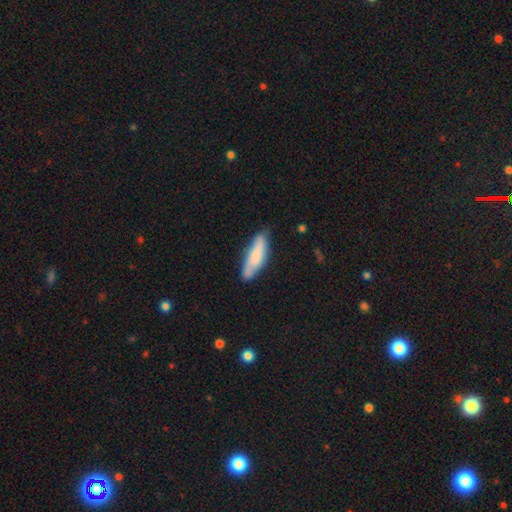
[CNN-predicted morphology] The model was most divided on "how rounded": cigar-shaped: 59%, in between: 40%, round: 2%. More confident: smooth or featured — smooth (73%); merging — none (72%).